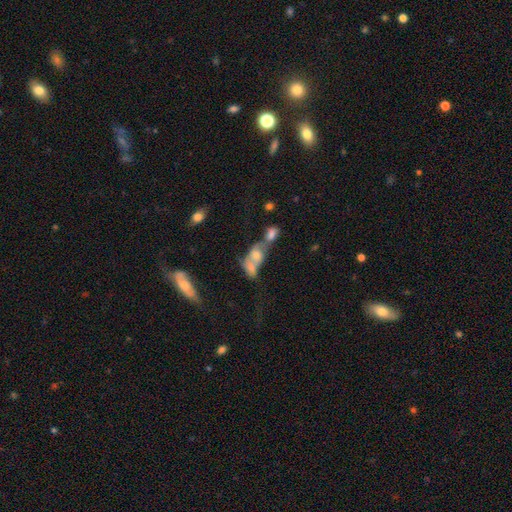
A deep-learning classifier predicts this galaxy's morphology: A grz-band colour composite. It shows a smooth galaxy with no disk features (44%). Merging: merger (66%).